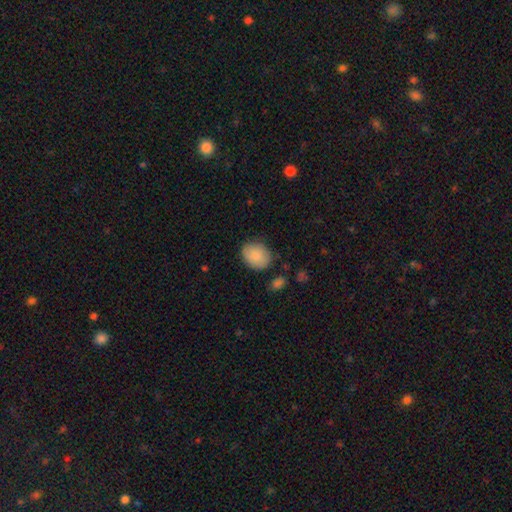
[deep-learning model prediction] The model was most divided on "how rounded": round: 53%, in between: 46%, cigar-shaped: 1%. More confident: smooth or featured — smooth (86%); merging — none (77%).